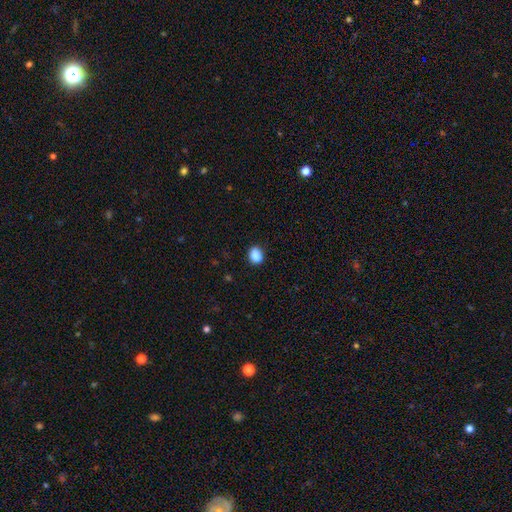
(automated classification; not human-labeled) Smooth or featured: smooth — 87% (star or artifact — 10%)
How rounded: in between — 62% (round — 37%)
Merging: none — 84% (minor disturbance — 12%)